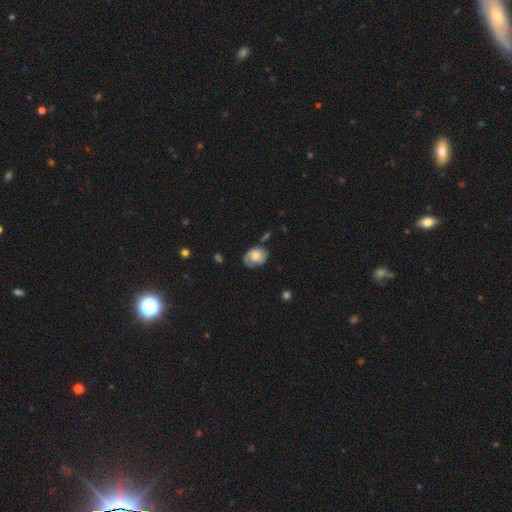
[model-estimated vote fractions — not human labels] Smooth or featured? Predicted: smooth (p=0.47). Merging? Predicted: none (p=0.59).